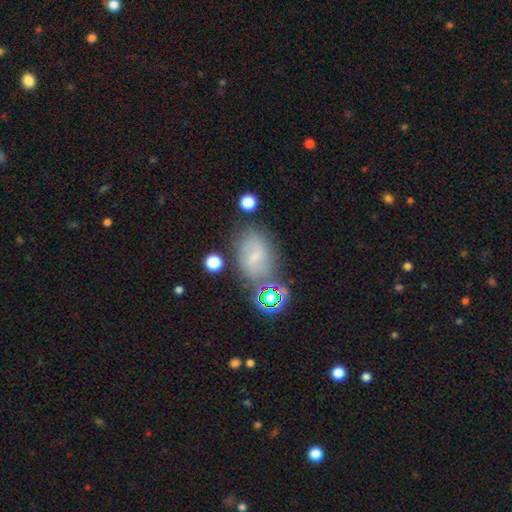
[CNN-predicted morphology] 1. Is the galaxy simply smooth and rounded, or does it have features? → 47% smooth, 34% featured or disk, 19% star or artifact.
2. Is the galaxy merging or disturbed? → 62% none, 21% minor disturbance, 10% major disturbance, 8% merger.